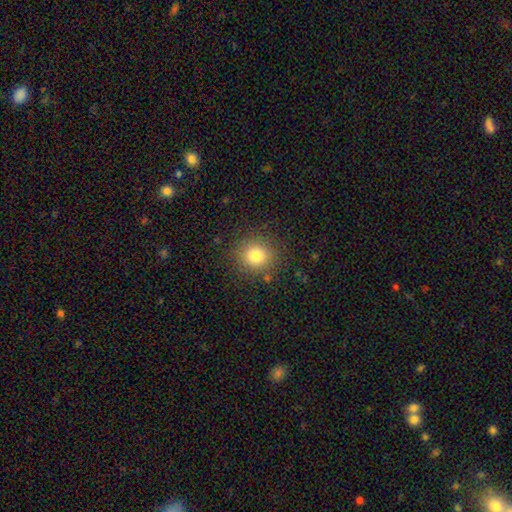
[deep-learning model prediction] This is likely a smooth galaxy (80%). How rounded: clearly round (88%). Merging: clearly none (87%).